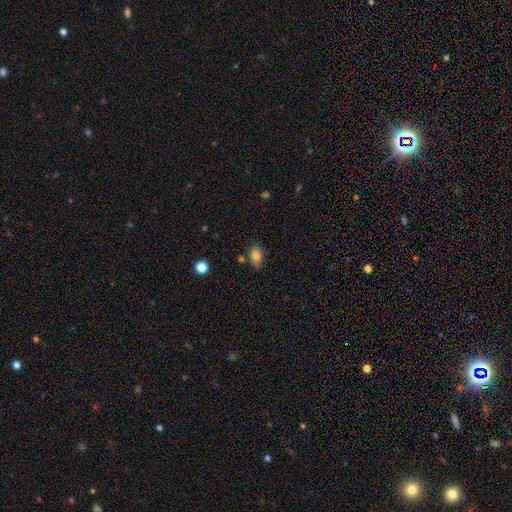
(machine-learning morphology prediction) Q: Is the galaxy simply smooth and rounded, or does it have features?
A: smooth — 82%.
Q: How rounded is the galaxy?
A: in between — 83%.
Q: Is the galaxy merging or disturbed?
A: none — 67%.